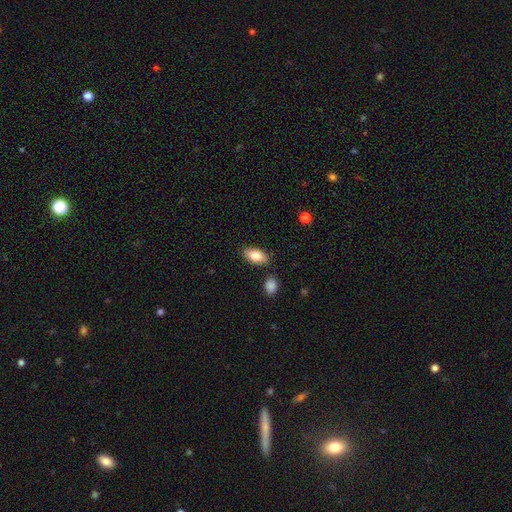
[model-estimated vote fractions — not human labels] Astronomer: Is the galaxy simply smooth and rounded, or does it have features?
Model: smooth — 81%.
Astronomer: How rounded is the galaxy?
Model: in between — 90%.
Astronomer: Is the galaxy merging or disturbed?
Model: none — 83%.